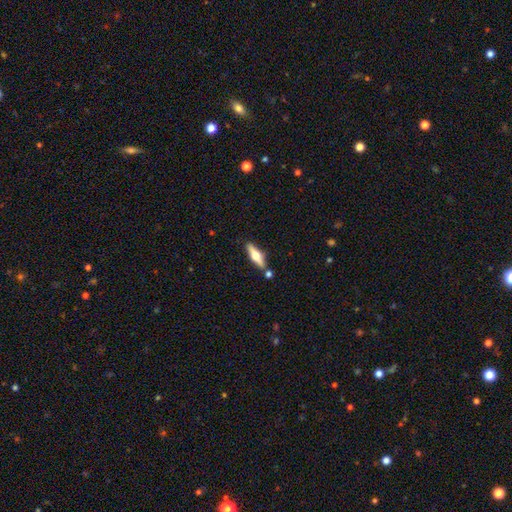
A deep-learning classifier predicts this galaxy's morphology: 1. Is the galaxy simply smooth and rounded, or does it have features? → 56% featured or disk, 38% smooth, 6% star or artifact.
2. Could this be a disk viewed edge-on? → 93% yes, 7% no.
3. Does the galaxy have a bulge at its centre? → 95% rounded, 3% boxy, 2% none.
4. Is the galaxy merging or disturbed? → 79% none, 10% minor disturbance, 8% merger, 3% major disturbance.